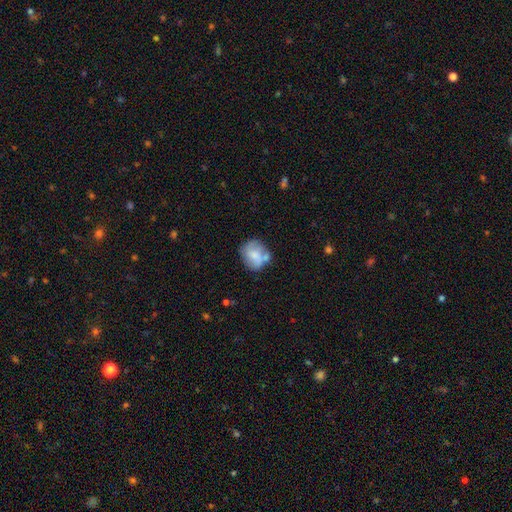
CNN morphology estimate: Smooth or featured: smooth — 60% (featured or disk — 32%)
How rounded: round — 62% (in between — 37%)
Merging: none — 48% (minor disturbance — 24%)